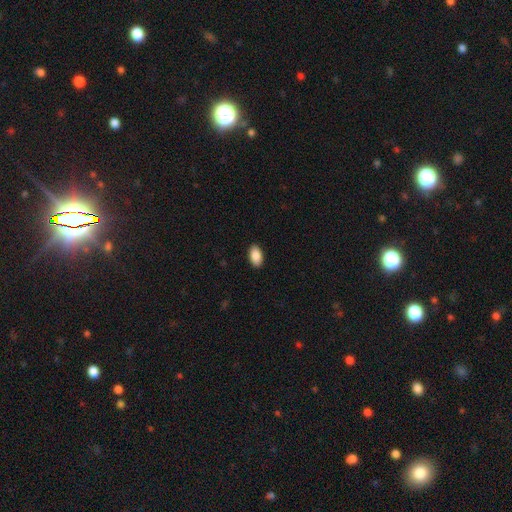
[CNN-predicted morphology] type=smooth (89%); roundness=in between (94%); merging=none (90%).